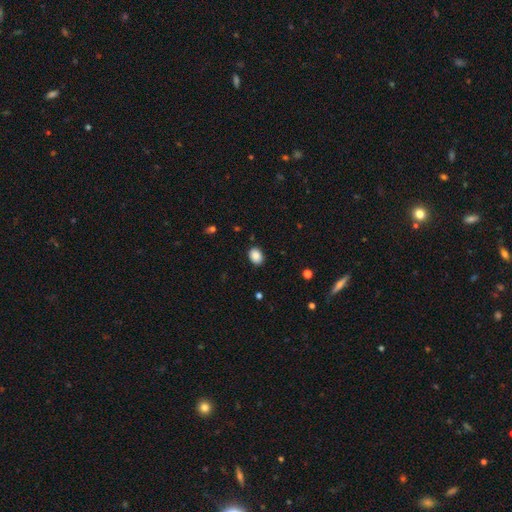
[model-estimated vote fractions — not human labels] This appears to be a smooth galaxy with no disk features (88%) that is in between round and cigar-shaped (67%). Merging: none (88%).